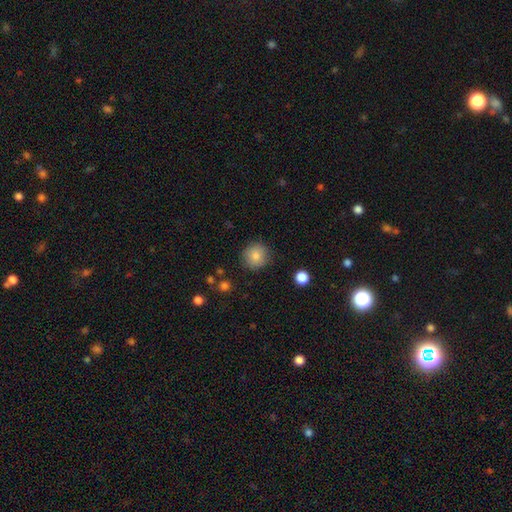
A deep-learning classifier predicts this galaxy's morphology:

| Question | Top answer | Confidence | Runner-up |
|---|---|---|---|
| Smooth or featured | smooth | 83% | star or artifact (9%) |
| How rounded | round | 92% | in between (7%) |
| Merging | none | 87% | minor disturbance (9%) |